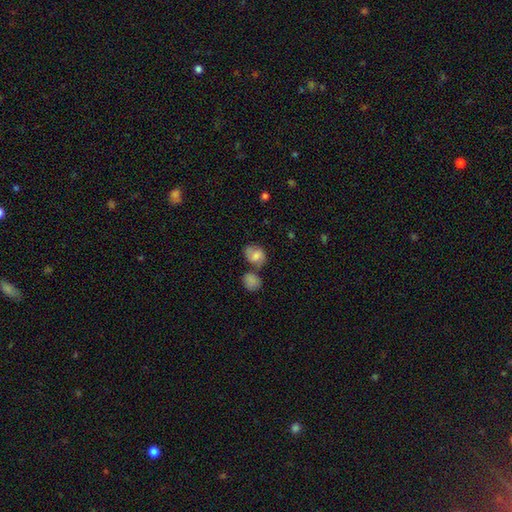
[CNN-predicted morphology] smooth-or-featured: smooth: 67% | featured or disk: 25% | star or artifact: 9%
  how-rounded: in between: 56% | round: 43% | cigar-shaped: 1%
  merging: none: 48% | merger: 26% | minor disturbance: 19% | major disturbance: 8%